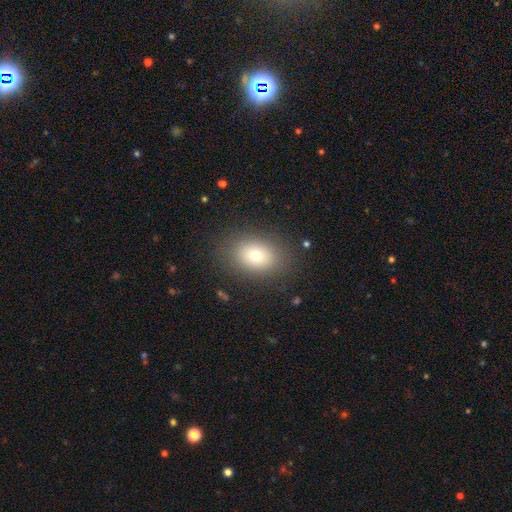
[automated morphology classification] Smooth or featured? smooth (75%)
How rounded? in between (68%)
Merging? none (84%)